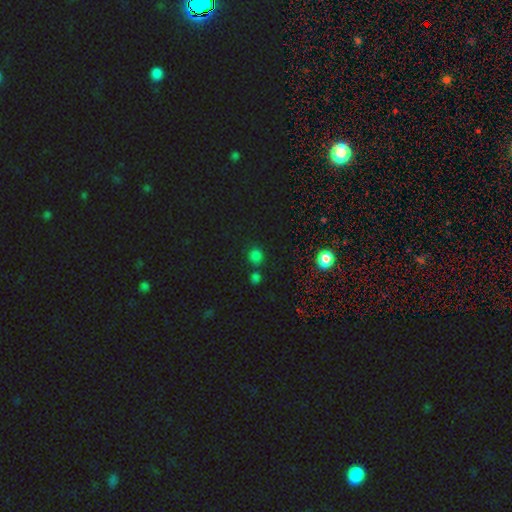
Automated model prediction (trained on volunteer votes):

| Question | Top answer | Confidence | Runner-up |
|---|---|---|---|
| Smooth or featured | smooth | 66% | star or artifact (30%) |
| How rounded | round | 85% | in between (14%) |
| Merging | none | 73% | merger (14%) |